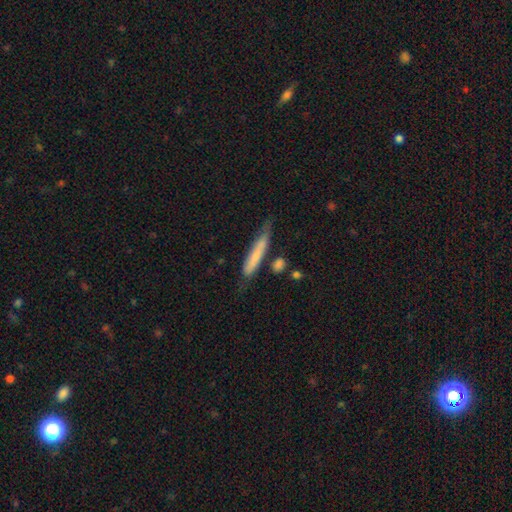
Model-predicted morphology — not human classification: This is likely a smooth galaxy (64%). How rounded: clearly cigar-shaped (90%). Merging: possibly none (58%).